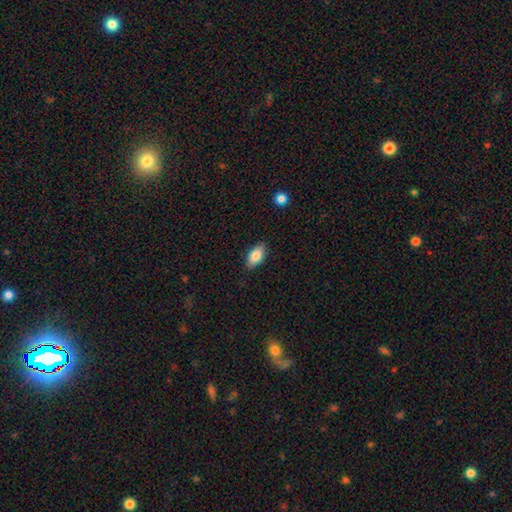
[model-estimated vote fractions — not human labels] smooth_or_featured: smooth (p=0.83) [alt: featured or disk p=0.10]
how_rounded: in between (p=0.91) [alt: cigar-shaped p=0.05]
merging: none (p=0.85) [alt: minor disturbance p=0.12]